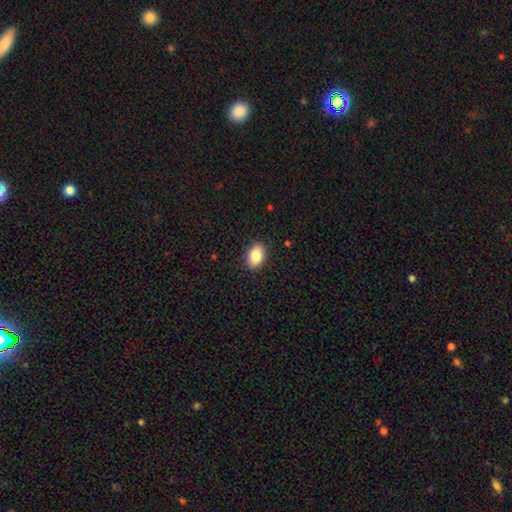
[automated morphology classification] smooth_or_featured: smooth (p=0.84) [alt: featured or disk p=0.08]
how_rounded: in between (p=0.86) [alt: round p=0.12]
merging: none (p=0.90) [alt: minor disturbance p=0.08]